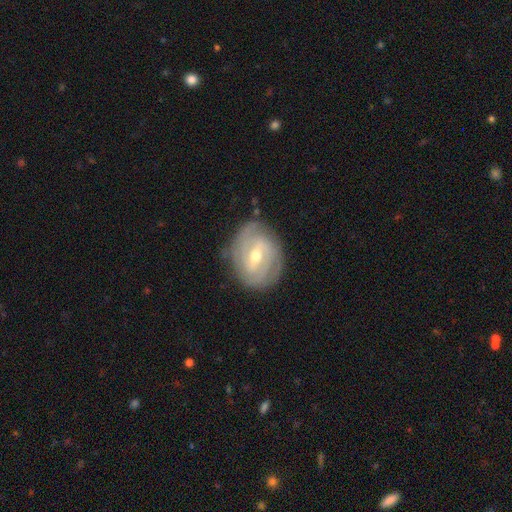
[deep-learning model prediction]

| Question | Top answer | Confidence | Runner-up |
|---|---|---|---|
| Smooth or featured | featured or disk | 84% | smooth (10%) |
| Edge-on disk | no | 97% | yes (3%) |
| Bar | weak | 52% | strong (28%) |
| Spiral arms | yes | 93% | no (7%) |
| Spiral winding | tight | 68% | medium (26%) |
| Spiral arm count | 2 | 38% | can't tell (25%) |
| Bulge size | moderate | 59% | small (37%) |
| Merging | none | 77% | minor disturbance (17%) |